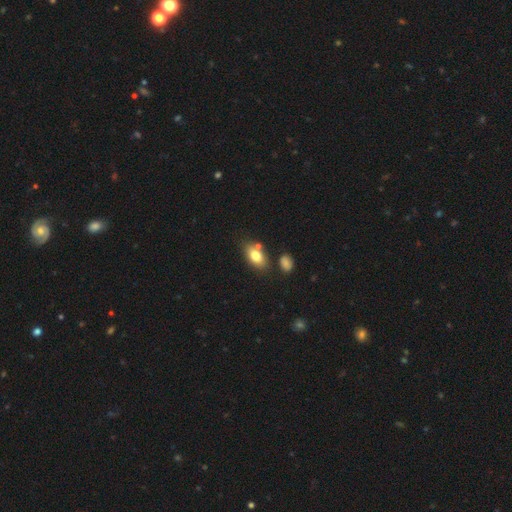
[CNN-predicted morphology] type=smooth (79%); roundness=in between (88%); merging=none (69%).